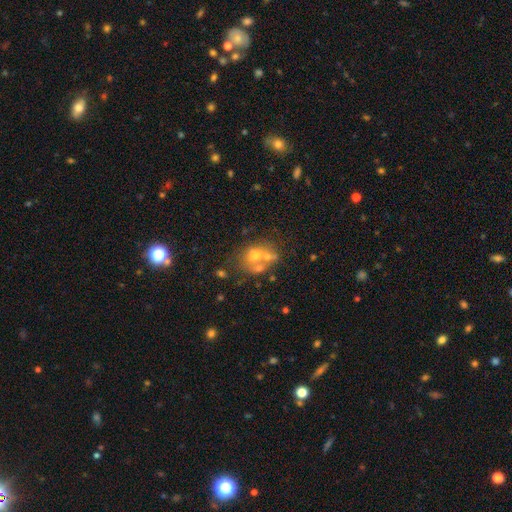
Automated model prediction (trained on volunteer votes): smooth_or_featured: smooth (p=0.47) [alt: featured or disk p=0.34]
merging: merger (p=0.47) [alt: none p=0.33]